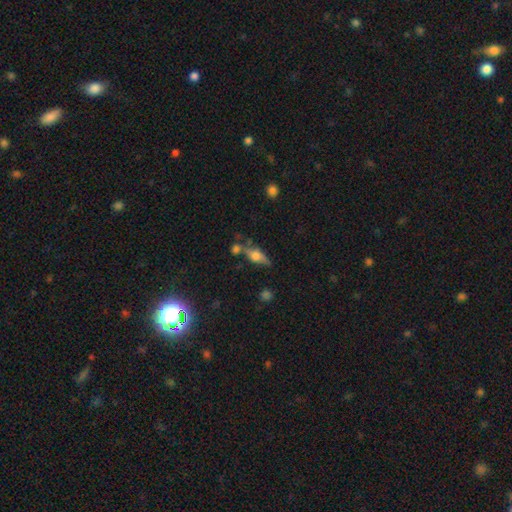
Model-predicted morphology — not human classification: A smooth galaxy with no disk features (50%) that is in between round and cigar-shaped (65%). Merging: none (51%).